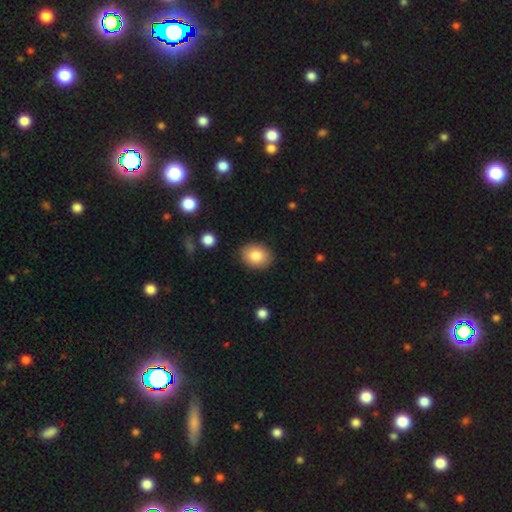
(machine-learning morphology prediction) A smooth galaxy with no disk features (84%) that is in between round and cigar-shaped (66%). Merging: none (87%).